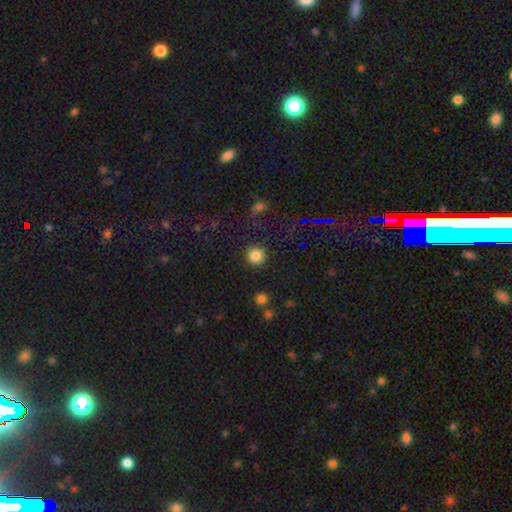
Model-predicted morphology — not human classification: Smooth or featured?
  - smooth: 84% *
  - star or artifact: 12%
  - featured or disk: 4%
How rounded?
  - round: 95% *
  - in between: 4%
  - cigar-shaped: 1%
Merging?
  - none: 90% *
  - minor disturbance: 6%
  - major disturbance: 2%
  - merger: 2%